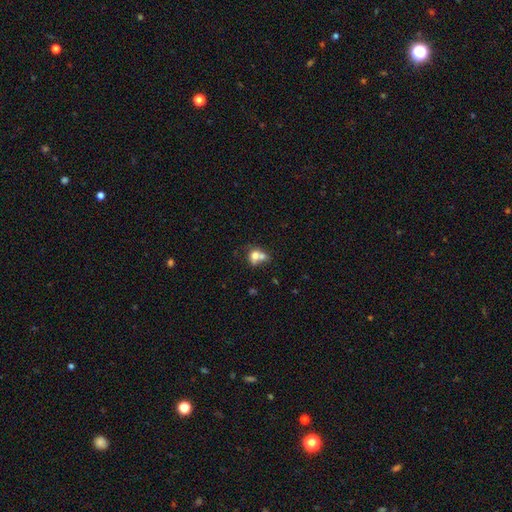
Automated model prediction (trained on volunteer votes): The model was most divided on "how rounded": round: 56%, in between: 42%, cigar-shaped: 2%. More confident: smooth or featured — smooth (69%); merging — merger (62%).